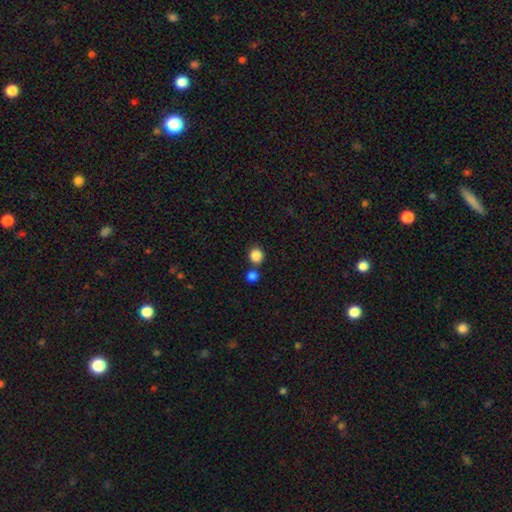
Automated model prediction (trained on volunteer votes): Smooth or featured? smooth (86%)
How rounded? round (86%)
Merging? none (70%)